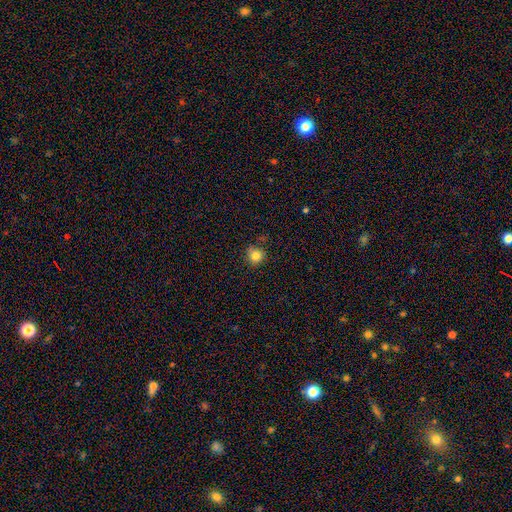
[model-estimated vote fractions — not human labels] Morphology: type=smooth (82%); roundness=round (89%); merging=none (76%).